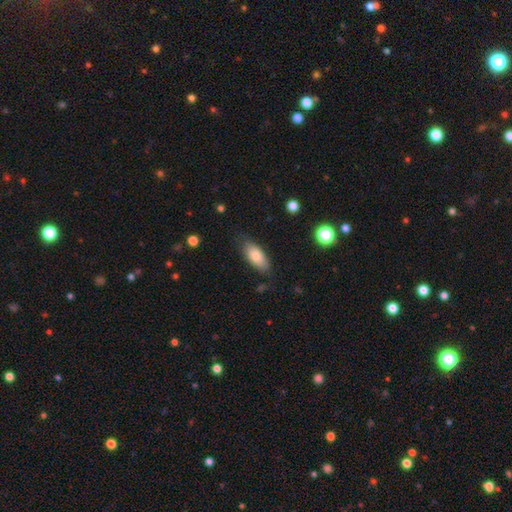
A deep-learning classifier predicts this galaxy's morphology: Smooth or featured? Predicted: smooth (p=0.81). How rounded? Predicted: in between (p=0.86). Merging? Predicted: none (p=0.77).